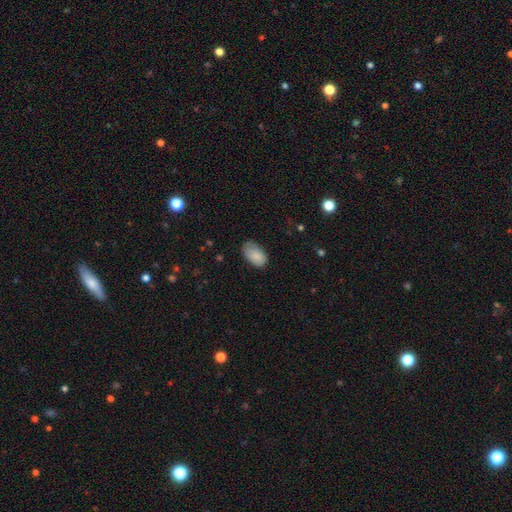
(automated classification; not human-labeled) smooth-or-featured: smooth: 85% | featured or disk: 8% | star or artifact: 7%
  how-rounded: in between: 94% | round: 5% | cigar-shaped: 1%
  merging: none: 64% | minor disturbance: 29% | major disturbance: 6% | merger: 1%